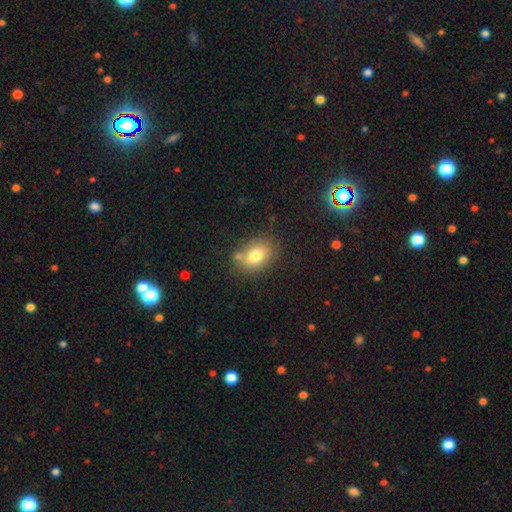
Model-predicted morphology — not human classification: Overall: smooth (76%). How rounded: in between (67%; round 32%). Merging: none (69%).